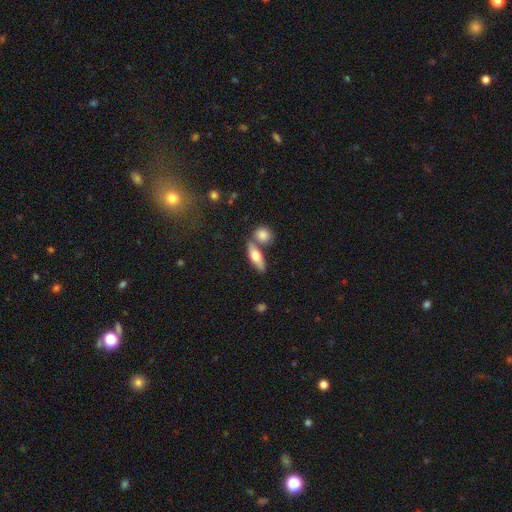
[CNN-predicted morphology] This appears to be a smooth galaxy with no disk features (61%) that is in between round and cigar-shaped (59%). Merging: none (61%).